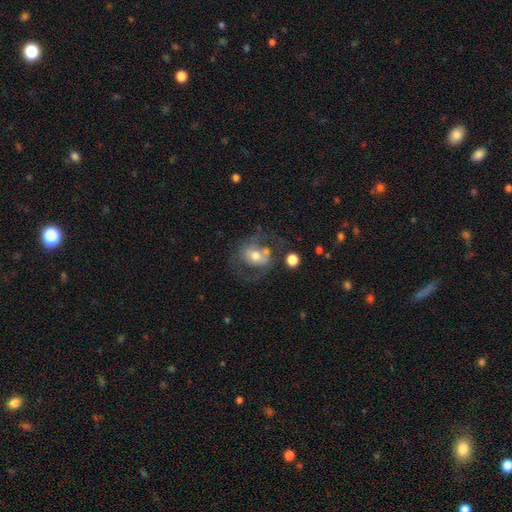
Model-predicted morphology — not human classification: This is possibly a featured or disk galaxy (56%). It is clearly not viewed edge-on (95%). Bar: possibly no (53%). Spiral arm pattern: possibly yes (53%). Central bulge: likely moderate (69%). Merging: possibly none (47%).